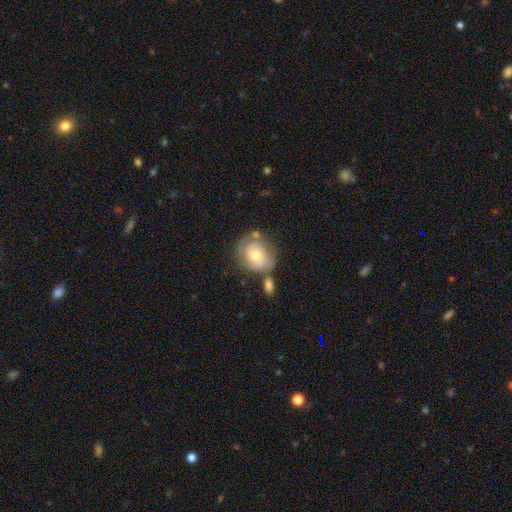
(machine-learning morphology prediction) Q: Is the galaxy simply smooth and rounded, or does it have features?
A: smooth — 56%.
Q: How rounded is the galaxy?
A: round — 68%.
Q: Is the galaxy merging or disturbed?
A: none — 49%.